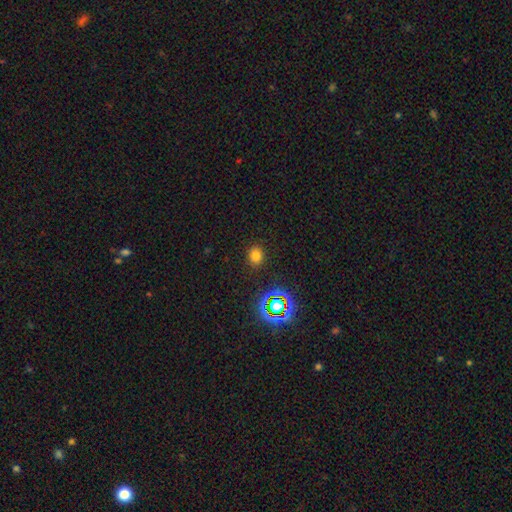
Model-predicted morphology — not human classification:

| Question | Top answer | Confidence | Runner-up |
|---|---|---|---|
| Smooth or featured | smooth | 74% | star or artifact (20%) |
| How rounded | round | 64% | in between (35%) |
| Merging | none | 87% | minor disturbance (8%) |